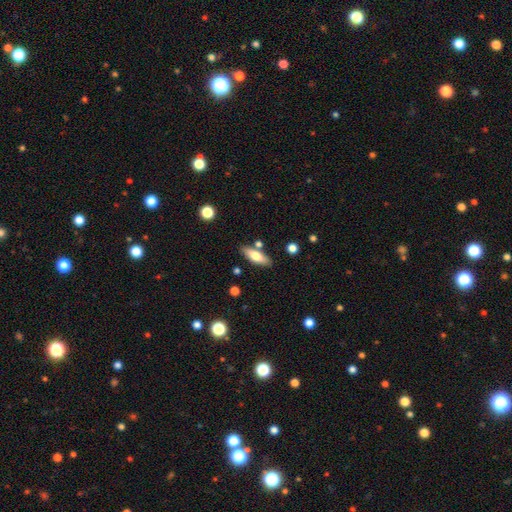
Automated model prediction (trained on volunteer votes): smooth_or_featured: smooth (p=0.65) [alt: featured or disk p=0.28]
how_rounded: in between (p=0.56) [alt: cigar-shaped p=0.42]
merging: none (p=0.79) [alt: minor disturbance p=0.11]